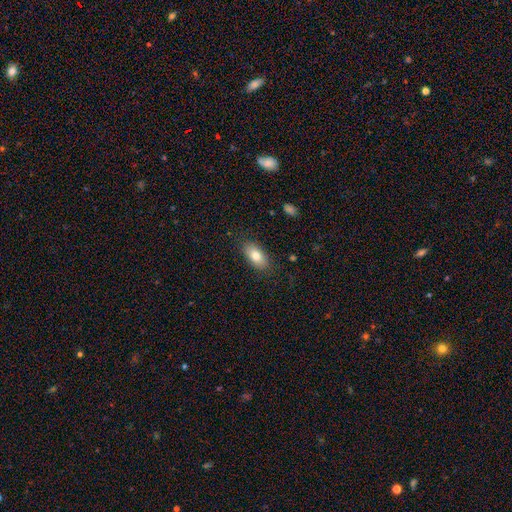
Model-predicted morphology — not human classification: The model was most divided on "smooth or featured": smooth: 80%, featured or disk: 13%, star or artifact: 7%. More confident: how rounded — in between (91%); merging — none (85%).